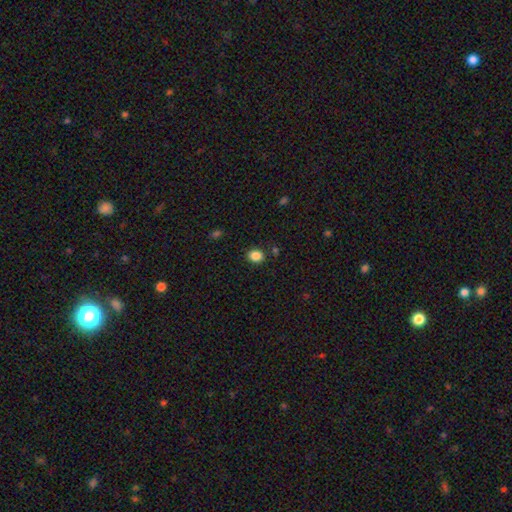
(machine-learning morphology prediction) This appears to be a smooth galaxy with no disk features (86%) that is round (58%). Merging: none (86%).